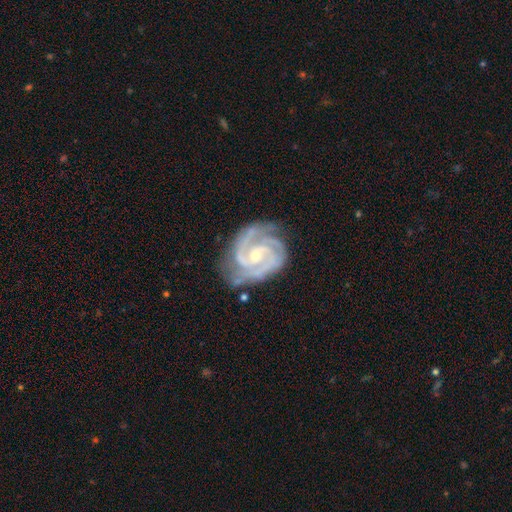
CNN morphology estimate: smooth_or_featured: featured or disk (p=0.93) [alt: star or artifact p=0.04]
disk_edge_on: no (p=0.98) [alt: yes p=0.02]
bar: no (p=0.48) [alt: weak p=0.40]
has_spiral_arms: yes (p=0.99) [alt: no p=0.01]
spiral_winding: tight (p=0.62) [alt: medium p=0.35]
spiral_arm_count: 2 (p=0.48) [alt: 3 p=0.34]
bulge_size: small (p=0.62) [alt: moderate p=0.35]
merging: none (p=0.73) [alt: minor disturbance p=0.20]